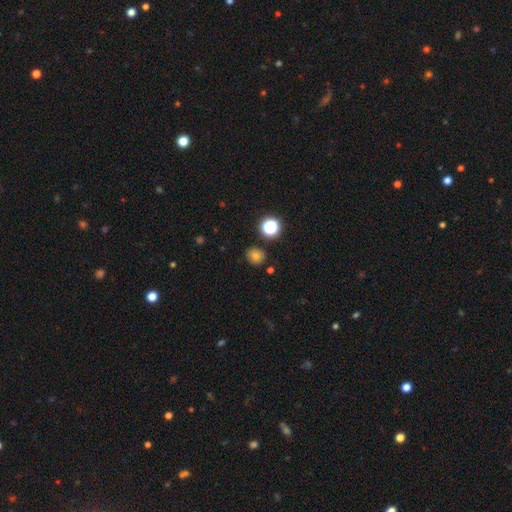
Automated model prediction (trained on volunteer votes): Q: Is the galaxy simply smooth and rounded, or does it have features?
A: smooth — 66%.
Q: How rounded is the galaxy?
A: round — 85%.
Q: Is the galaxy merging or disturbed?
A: none — 85%.